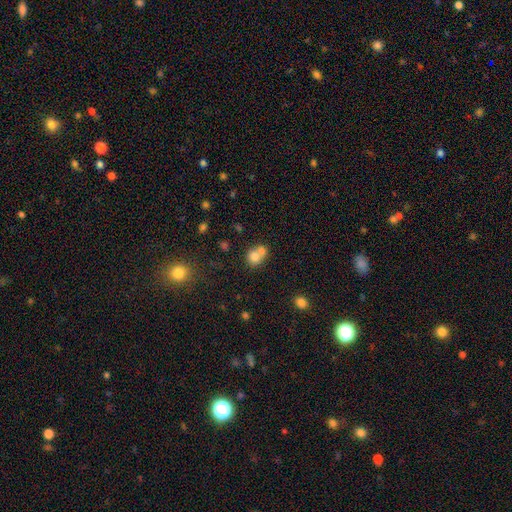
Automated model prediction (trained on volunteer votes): Smooth or featured: smooth — 76% (featured or disk — 14%)
How rounded: round — 70% (in between — 29%)
Merging: merger — 60% (none — 30%)